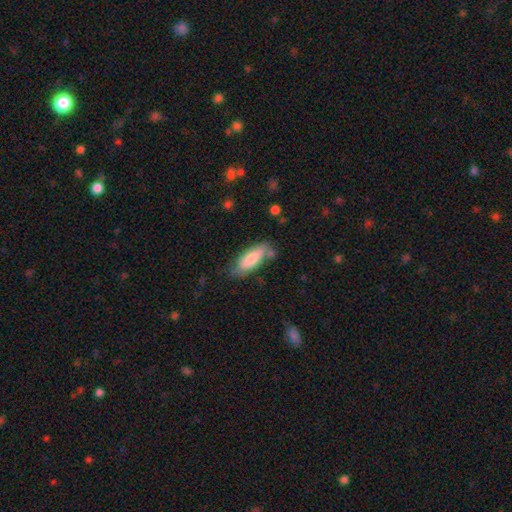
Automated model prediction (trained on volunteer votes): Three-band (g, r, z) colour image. It shows a smooth galaxy with no disk features (72%) that is in between round and cigar-shaped (66%). Merging: none (68%).